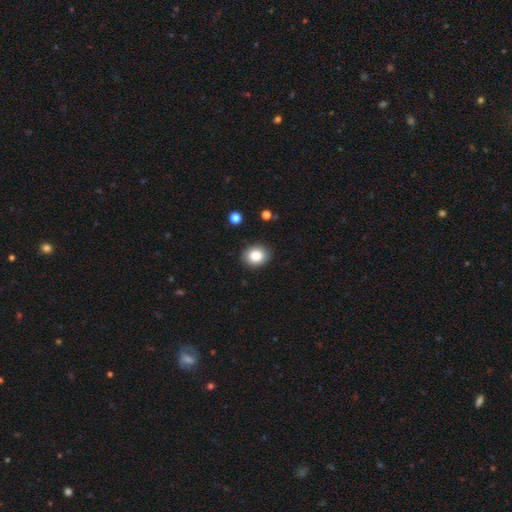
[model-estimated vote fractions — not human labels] Smooth or featured? smooth (84%)
How rounded? round (55%)
Merging? none (89%)